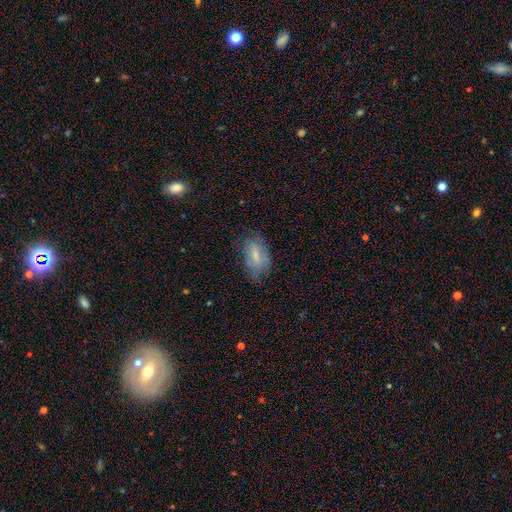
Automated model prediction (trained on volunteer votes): smooth 57%, featured or disk 34%, star or artifact 9%. Down the decision tree: how rounded — in between (86%); merging — none (62%).